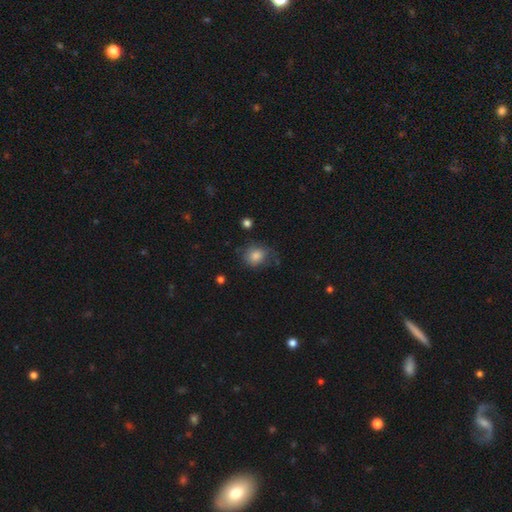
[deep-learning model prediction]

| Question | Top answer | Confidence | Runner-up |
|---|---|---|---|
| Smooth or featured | smooth | 80% | featured or disk (11%) |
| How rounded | round | 63% | in between (36%) |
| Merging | none | 55% | minor disturbance (28%) |